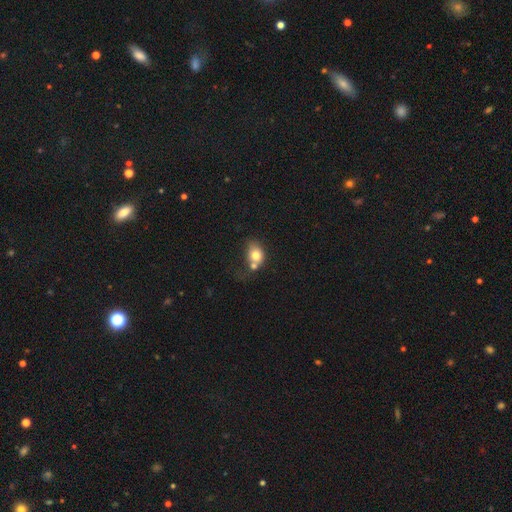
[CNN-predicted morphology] This appears to be a smooth galaxy with no disk features (74%) that is in between round and cigar-shaped (53%). Merging: merger (45%).